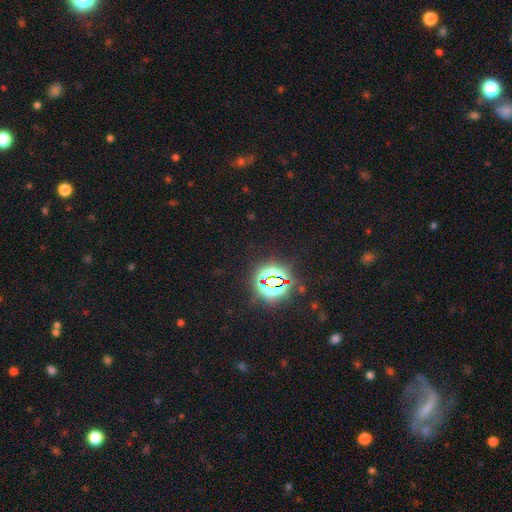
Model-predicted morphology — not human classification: The model was most divided on "smooth or featured": star or artifact: 69%, smooth: 18%, featured or disk: 13%.